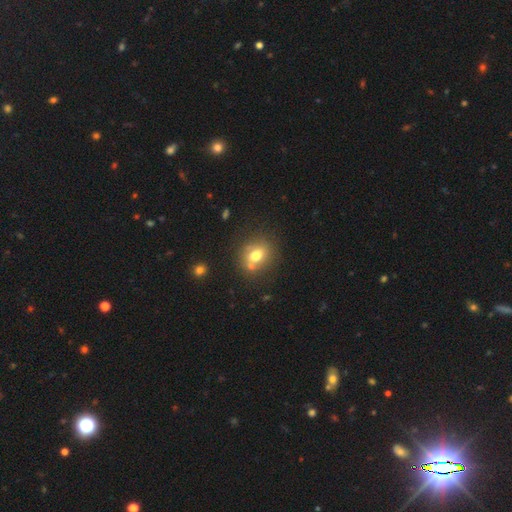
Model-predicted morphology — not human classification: Smooth or featured: smooth — 70% (featured or disk — 18%)
How rounded: round — 57% (in between — 42%)
Merging: none — 62% (merger — 18%)